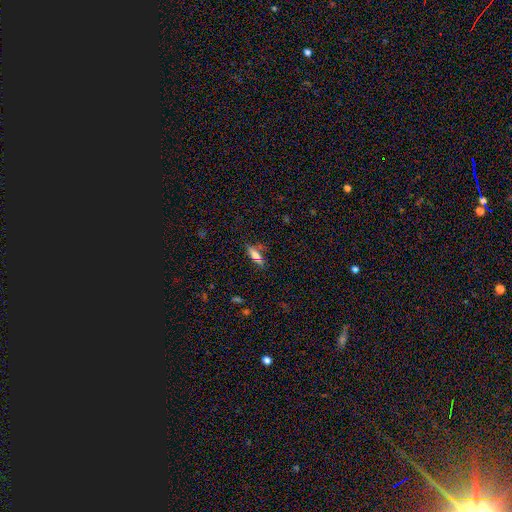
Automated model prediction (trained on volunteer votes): This appears to be a smooth galaxy with no disk features (63%) that is in between round and cigar-shaped (54%). Merging: none (72%).